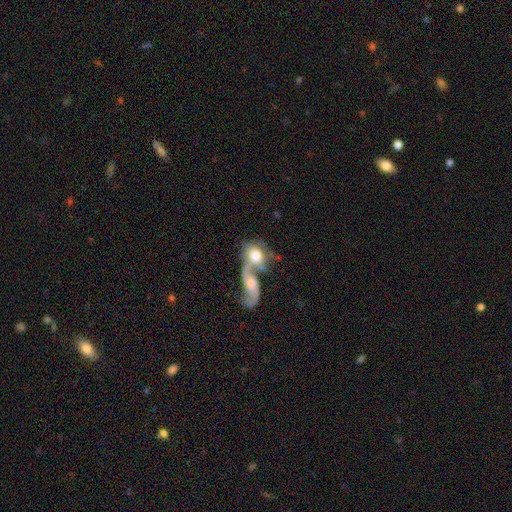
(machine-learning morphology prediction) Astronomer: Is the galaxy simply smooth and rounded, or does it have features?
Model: smooth — 53% (runner-up: featured or disk, 40%).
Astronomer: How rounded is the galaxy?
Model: in between — 53% (runner-up: round, 43%).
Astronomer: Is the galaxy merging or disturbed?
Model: merger — 68%.